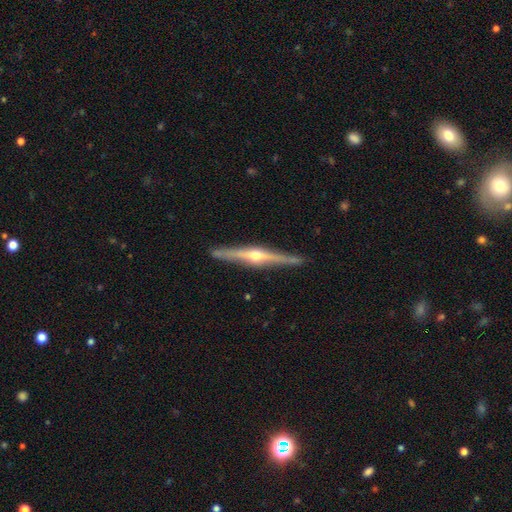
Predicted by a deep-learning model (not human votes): Overall: featured or disk (84%). Edge-on disk: yes (98%). Edge-on bulge: rounded (92%). Merging: none (91%).